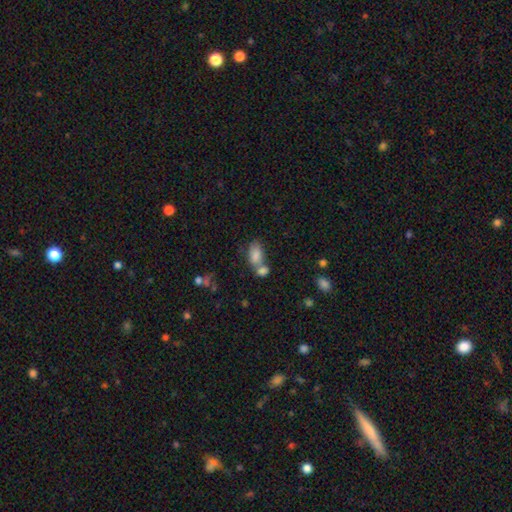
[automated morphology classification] smooth_or_featured: smooth (p=0.82) [alt: featured or disk p=0.10]
how_rounded: in between (p=0.91) [alt: round p=0.07]
merging: merger (p=0.50) [alt: none p=0.32]